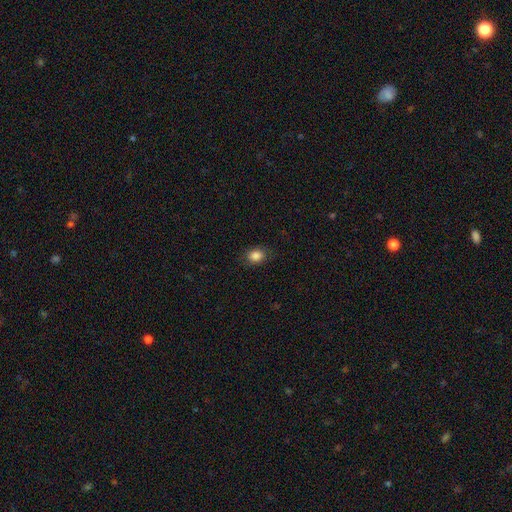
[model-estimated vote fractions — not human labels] This appears to be a smooth galaxy with no disk features (85%) that is in between round and cigar-shaped (53%). Merging: none (84%).